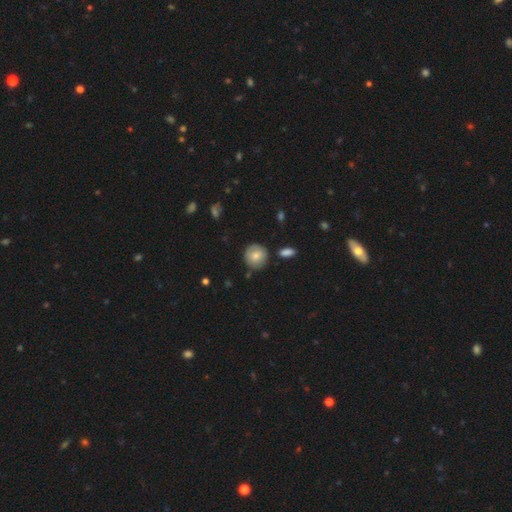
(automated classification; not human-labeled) Smooth or featured: smooth — 73% (featured or disk — 20%)
How rounded: round — 91% (in between — 8%)
Merging: none — 79% (minor disturbance — 15%)